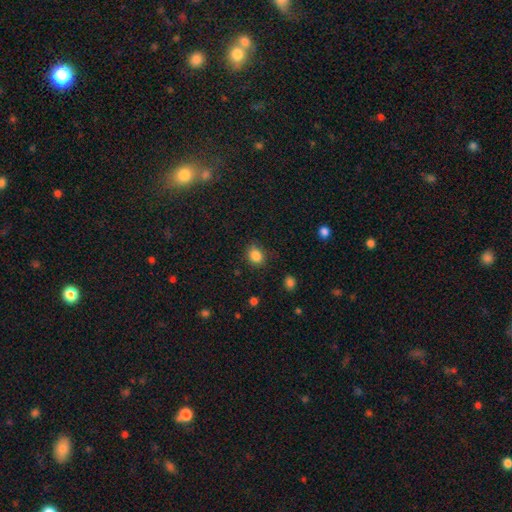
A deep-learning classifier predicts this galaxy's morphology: A smooth galaxy with no disk features (85%) that is round (58%). Merging: none (77%).